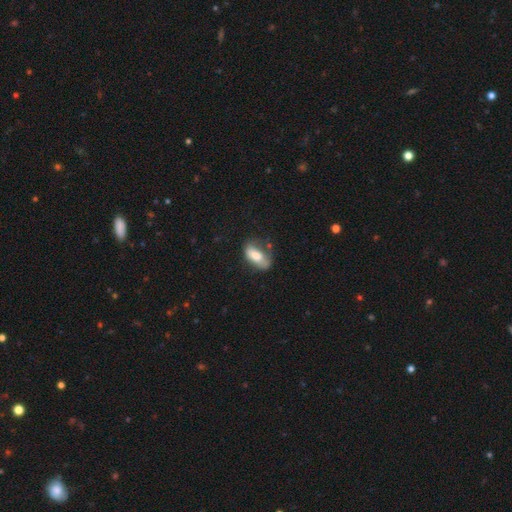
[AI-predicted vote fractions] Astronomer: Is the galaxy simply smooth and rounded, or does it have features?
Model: smooth — 70%.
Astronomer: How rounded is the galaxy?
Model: in between — 85%.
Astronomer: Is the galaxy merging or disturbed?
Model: none — 43% (runner-up: minor disturbance, 32%).